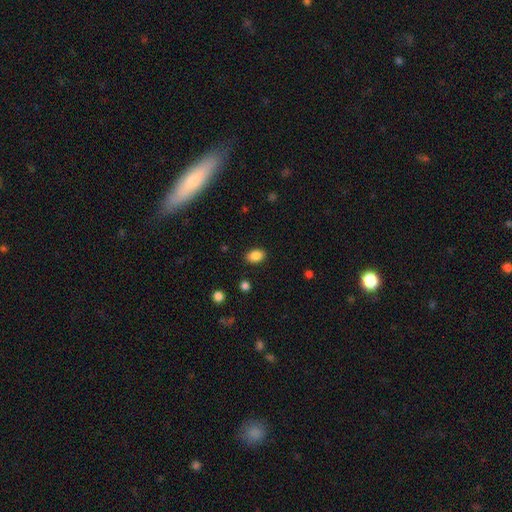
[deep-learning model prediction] Q: Smooth or featured?
A: smooth (87%); runner-up: star or artifact (9%)
Q: How rounded?
A: in between (83%); runner-up: round (16%)
Q: Merging?
A: none (87%); runner-up: minor disturbance (9%)